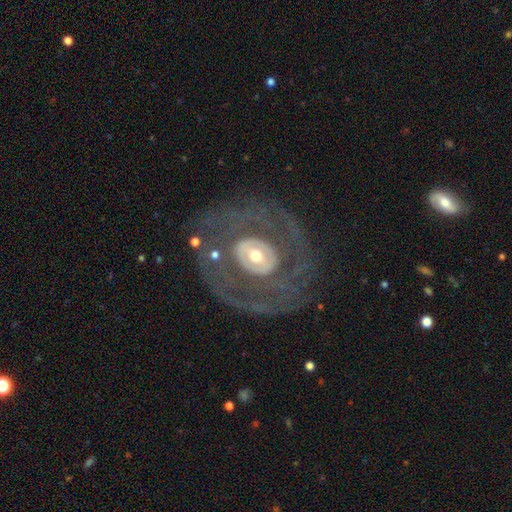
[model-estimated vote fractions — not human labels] A featured or disk galaxy (76%) with no bar (66%), spiral arms (53%) and a moderate central bulge (56%).

Vote fractions:
- Smooth or featured? featured or disk: 76% / smooth: 17% / star or artifact: 6%
- Edge-on disk? no: 95% / yes: 5%
- Bar? no: 66% / weak: 23% / strong: 11%
- Spiral arms? yes: 53% / no: 47%
- Bulge size? moderate: 56% / small: 29% / large: 12% / dominant: 2% / none: 1%
- Merging? none: 69% / major disturbance: 16% / minor disturbance: 13% / merger: 2%